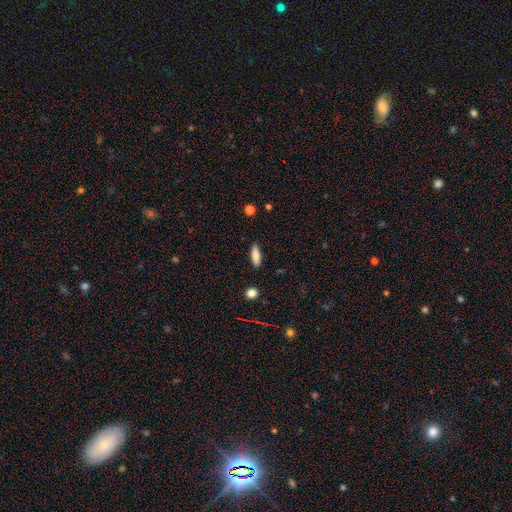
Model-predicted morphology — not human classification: The model was most divided on "how rounded": in between: 52%, cigar-shaped: 45%, round: 2%. More confident: merging — none (89%); smooth or featured — smooth (80%).